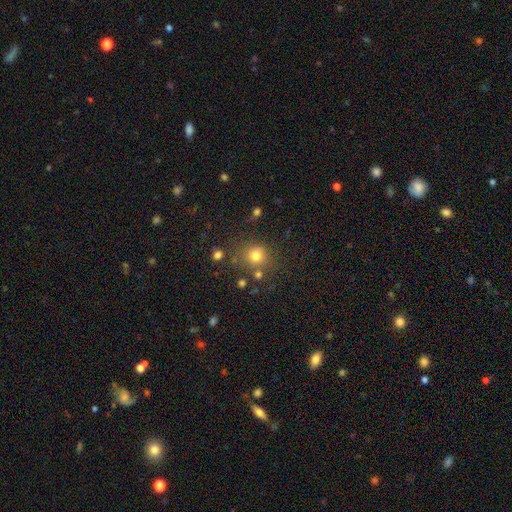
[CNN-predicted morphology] Smooth or featured: smooth — 75% (star or artifact — 16%)
How rounded: round — 87% (in between — 12%)
Merging: none — 75% (minor disturbance — 12%)